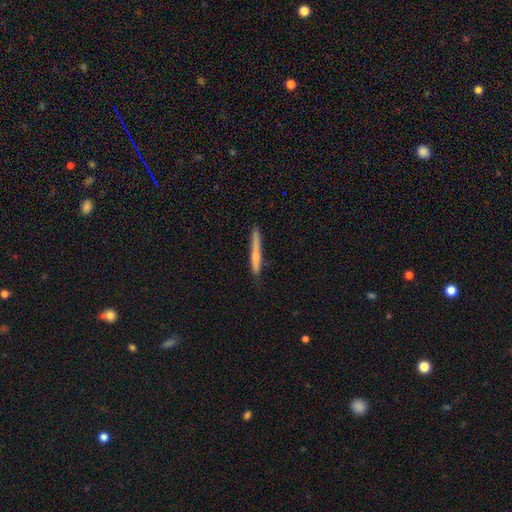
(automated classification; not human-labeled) A smooth galaxy with no disk features (60%) that is cigar-shaped (96%). Merging: none (78%).